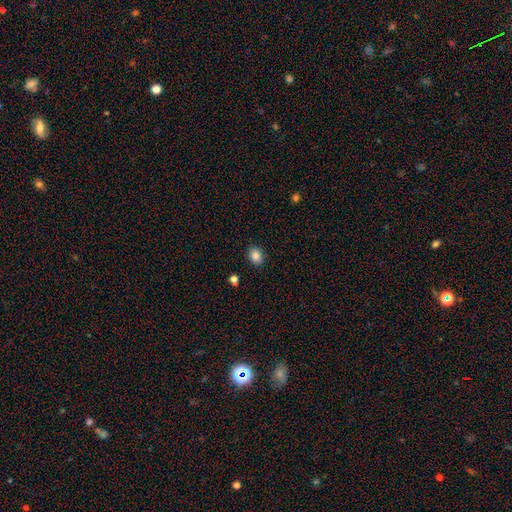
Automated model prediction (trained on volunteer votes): A smooth galaxy with no disk features (84%) that is in between round and cigar-shaped (58%). Merging: none (88%).